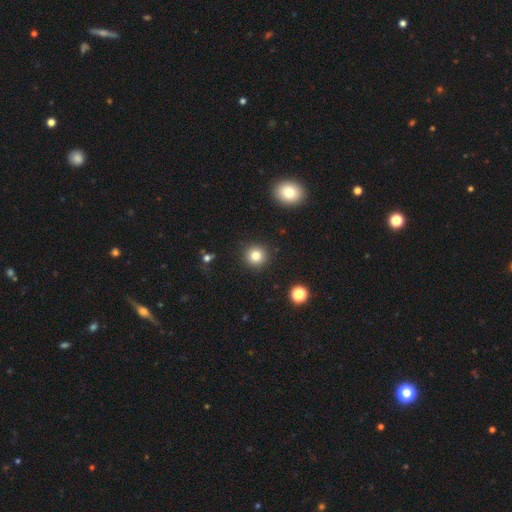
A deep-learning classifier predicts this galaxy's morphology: Smooth or featured? Predicted: smooth (p=0.81). How rounded? Predicted: round (p=0.94). Merging? Predicted: none (p=0.91).